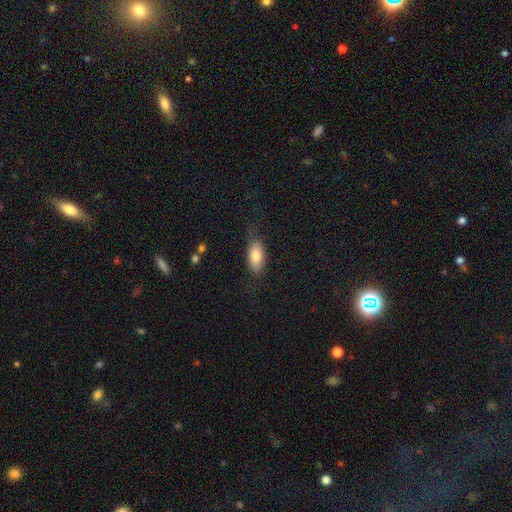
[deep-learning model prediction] Smooth or featured: smooth — 79% (featured or disk — 15%)
How rounded: in between — 89% (cigar-shaped — 7%)
Merging: none — 67% (minor disturbance — 22%)